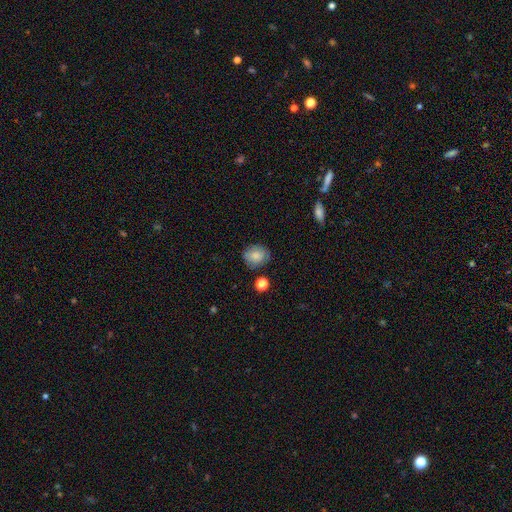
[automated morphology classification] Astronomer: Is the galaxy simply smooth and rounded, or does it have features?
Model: smooth — 78%.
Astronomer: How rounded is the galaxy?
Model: round — 61% (runner-up: in between, 38%).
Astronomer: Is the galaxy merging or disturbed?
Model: none — 77%.